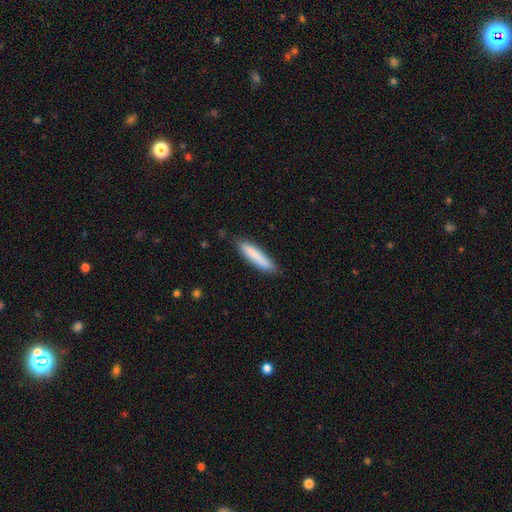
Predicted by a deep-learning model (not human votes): This is clearly a smooth galaxy (85%). How rounded: clearly cigar-shaped (86%). Merging: clearly none (85%).